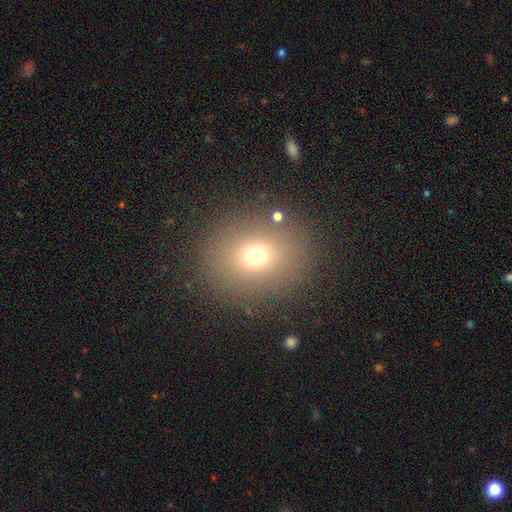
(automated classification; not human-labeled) smooth_or_featured: smooth (p=0.70) [alt: star or artifact p=0.19]
how_rounded: round (p=0.69) [alt: in between p=0.30]
merging: none (p=0.85) [alt: minor disturbance p=0.08]